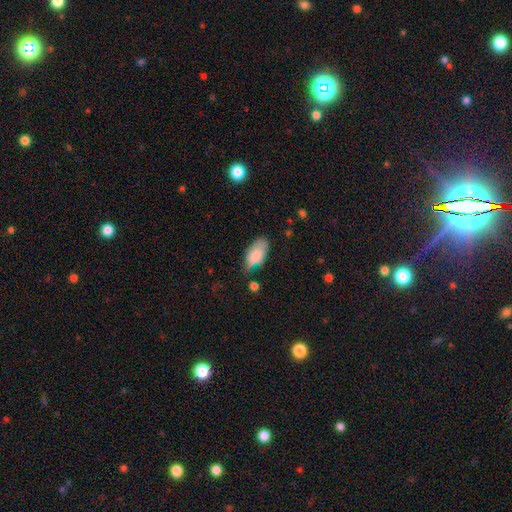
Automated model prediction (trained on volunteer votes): The model was most divided on "merging": none: 51%, minor disturbance: 35%, major disturbance: 9%, merger: 5%. More confident: how rounded — in between (93%); smooth or featured — smooth (82%).